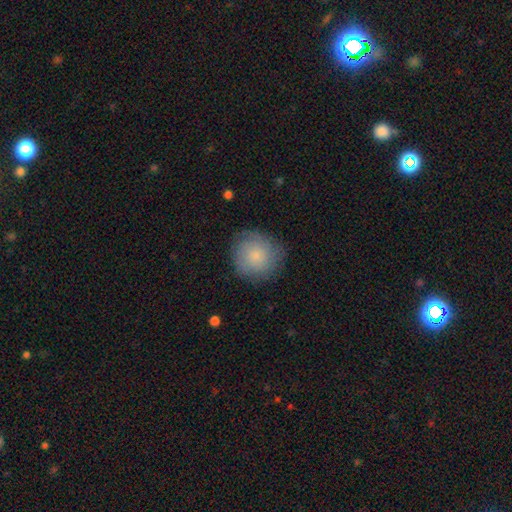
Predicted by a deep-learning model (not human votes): smooth-or-featured: smooth: 79% | featured or disk: 14% | star or artifact: 7%
  how-rounded: round: 92% | in between: 8% | cigar-shaped: 1%
  merging: none: 81% | minor disturbance: 14% | major disturbance: 4% | merger: 1%